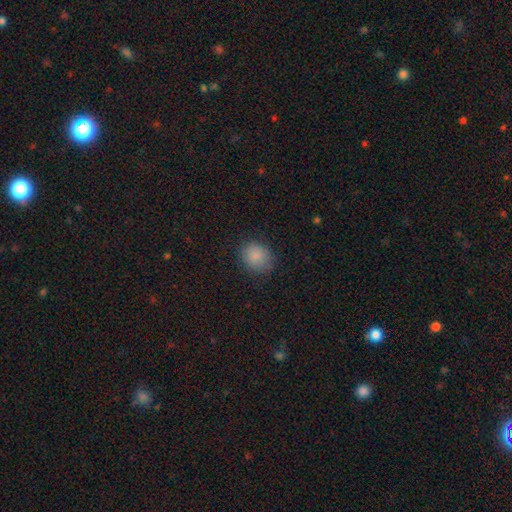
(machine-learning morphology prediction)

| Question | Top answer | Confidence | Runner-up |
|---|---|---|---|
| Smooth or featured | smooth | 85% | star or artifact (10%) |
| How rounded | round | 76% | in between (23%) |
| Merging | none | 81% | minor disturbance (14%) |